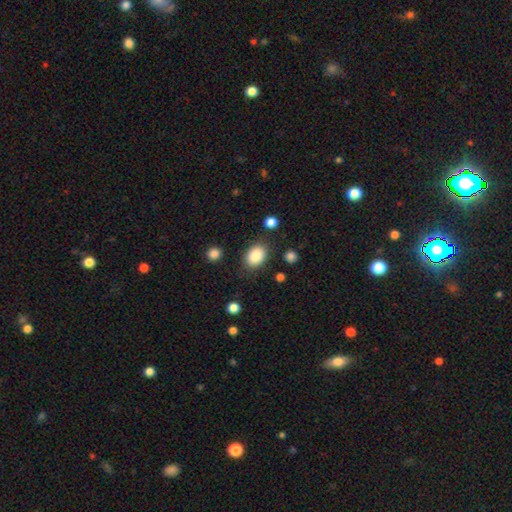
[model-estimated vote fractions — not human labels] smooth 88%, star or artifact 8%, featured or disk 5%. Down the decision tree: how rounded — in between (74%); merging — none (82%).